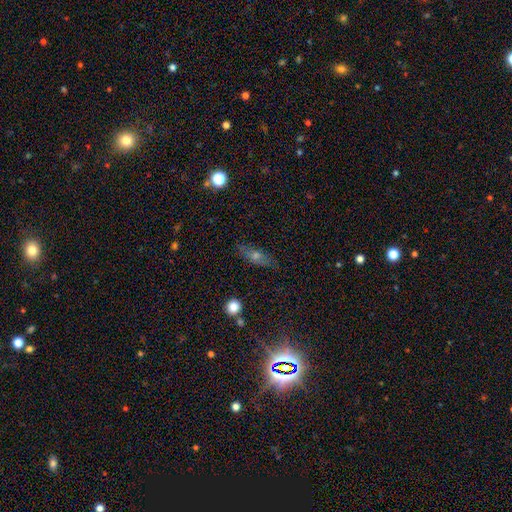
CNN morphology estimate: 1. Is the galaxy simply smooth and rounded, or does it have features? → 42% smooth, 39% featured or disk, 18% star or artifact.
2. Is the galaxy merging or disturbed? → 80% none, 14% minor disturbance, 4% major disturbance, 2% merger.